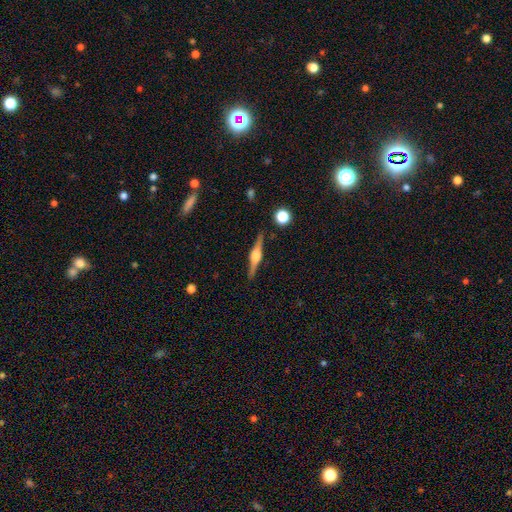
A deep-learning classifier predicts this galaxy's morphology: featured or disk 80%, smooth 14%, star or artifact 6%. Down the decision tree: edge-on disk — yes (98%); edge-on bulge — rounded (86%); merging — none (89%).